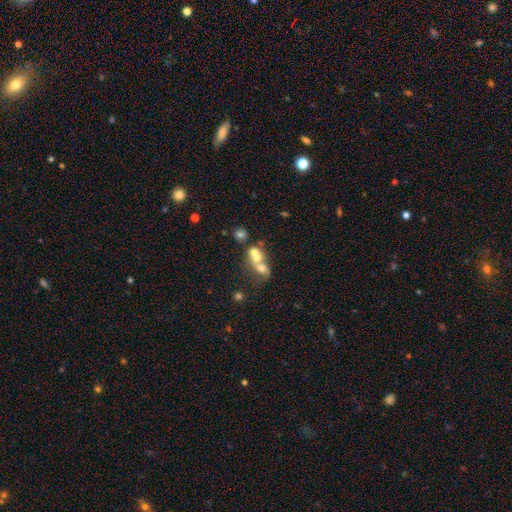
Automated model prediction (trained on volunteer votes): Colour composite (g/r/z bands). It shows a smooth galaxy with no disk features (58%) that is round (58%). Merging: merger (68%).